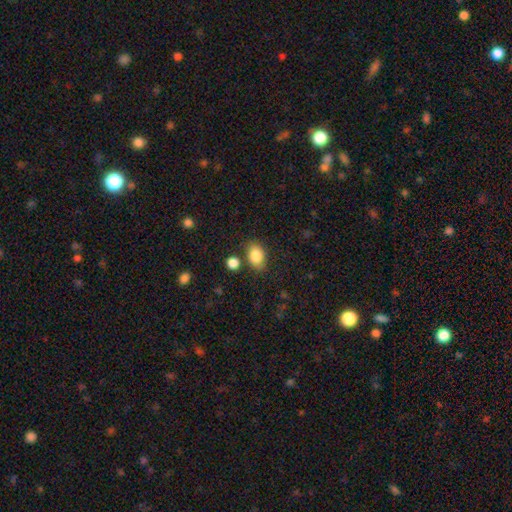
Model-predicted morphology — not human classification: smooth-or-featured: smooth: 85% | star or artifact: 8% | featured or disk: 7%
  how-rounded: in between: 76% | round: 23% | cigar-shaped: 1%
  merging: none: 76% | minor disturbance: 13% | merger: 7% | major disturbance: 4%